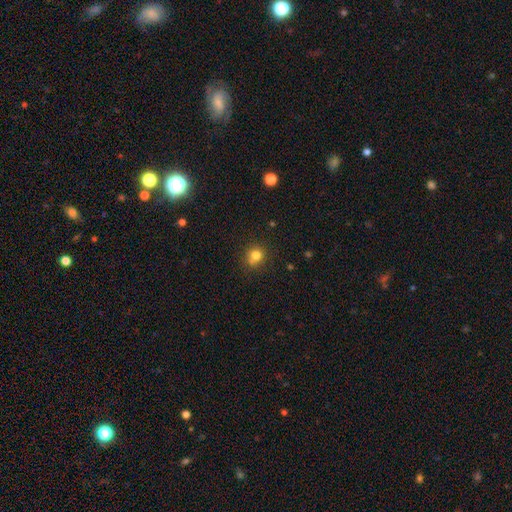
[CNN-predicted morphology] This is clearly a smooth galaxy (80%). How rounded: clearly round (83%). Merging: likely none (80%).